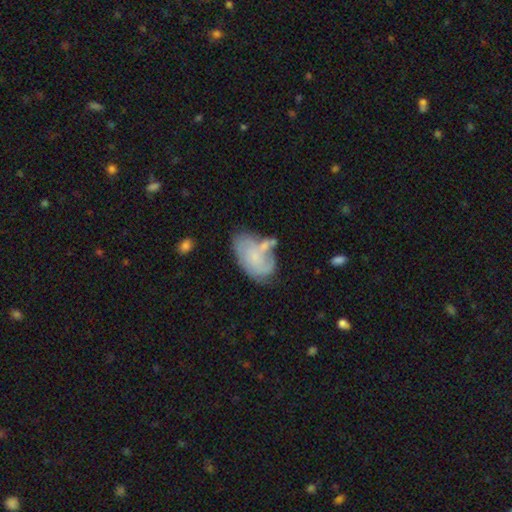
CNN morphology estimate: This is possibly a featured or disk galaxy (48%). Merging: marginally none (39%).